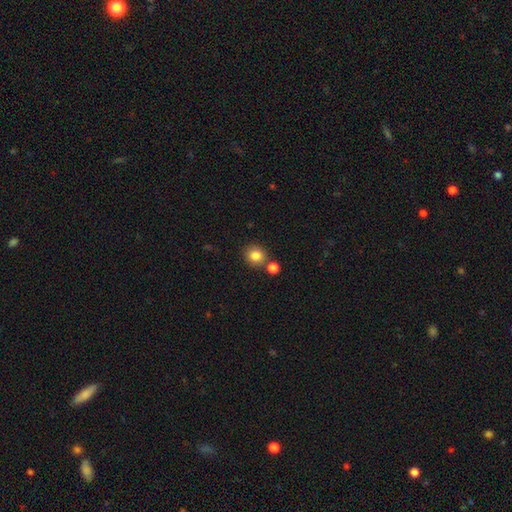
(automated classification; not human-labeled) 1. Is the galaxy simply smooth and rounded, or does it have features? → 84% smooth, 11% star or artifact, 6% featured or disk.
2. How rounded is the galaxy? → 84% round, 15% in between, 1% cigar-shaped.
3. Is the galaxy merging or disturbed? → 75% none, 14% merger, 9% minor disturbance, 3% major disturbance.